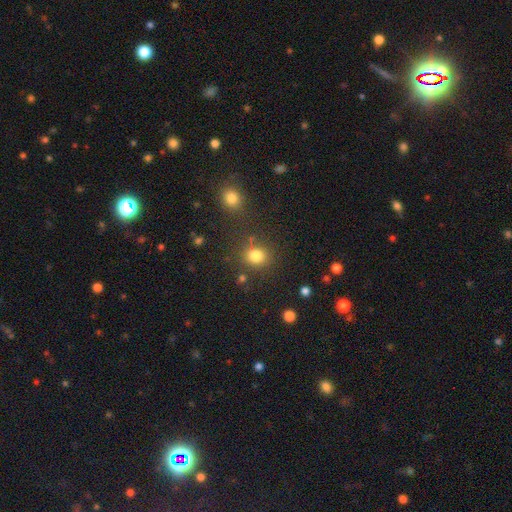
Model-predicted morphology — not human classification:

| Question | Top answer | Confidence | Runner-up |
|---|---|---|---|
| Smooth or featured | smooth | 80% | star or artifact (14%) |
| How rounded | round | 77% | in between (22%) |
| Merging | none | 75% | minor disturbance (11%) |